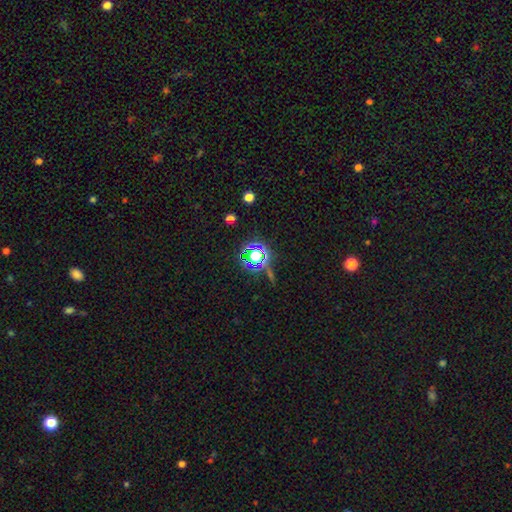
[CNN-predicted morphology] Smooth or featured: star or artifact — 64% (smooth — 25%)